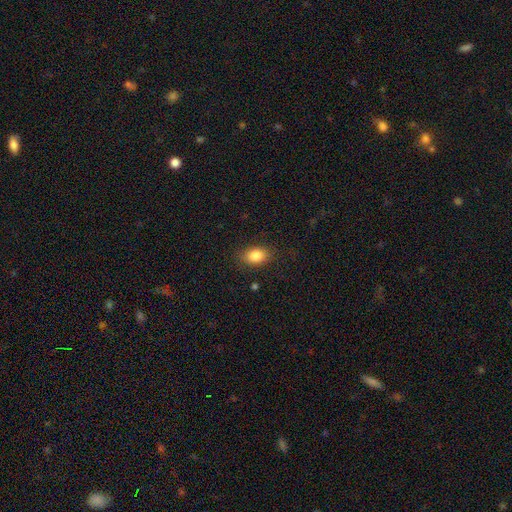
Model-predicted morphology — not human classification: smooth-or-featured: smooth: 85% | star or artifact: 8% | featured or disk: 7%
  how-rounded: in between: 81% | round: 18% | cigar-shaped: 2%
  merging: none: 84% | minor disturbance: 12% | major disturbance: 3% | merger: 1%